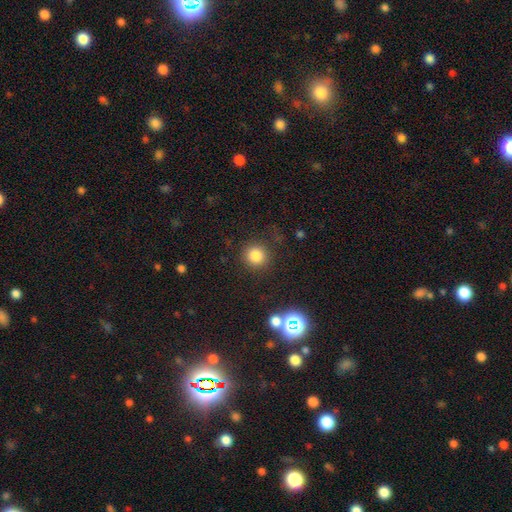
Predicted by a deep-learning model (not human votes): Smooth or featured? smooth (81%)
How rounded? round (92%)
Merging? none (86%)